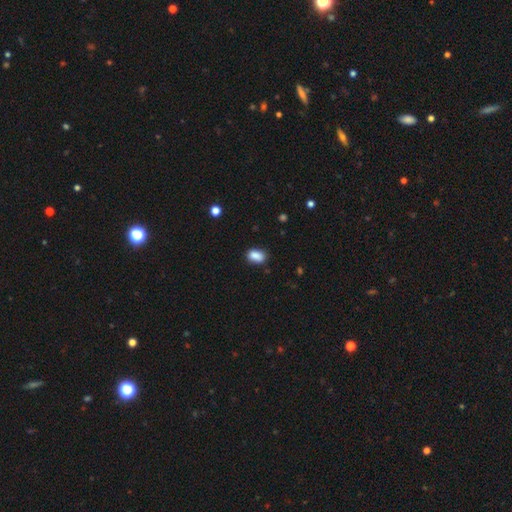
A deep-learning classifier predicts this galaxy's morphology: A smooth galaxy with no disk features (87%) that is in between round and cigar-shaped (86%). Merging: none (79%).